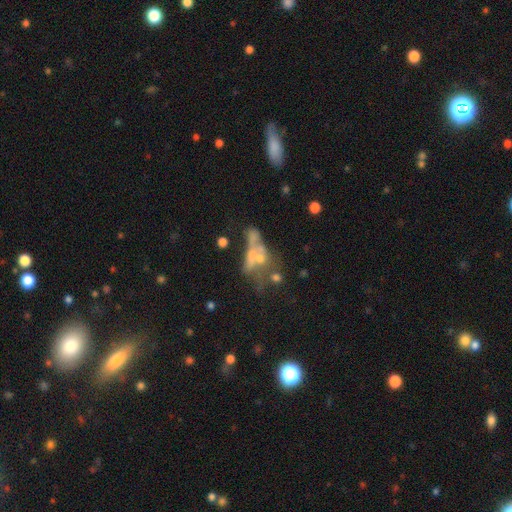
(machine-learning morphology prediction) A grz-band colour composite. It shows a featured or disk galaxy (48%). Merging: merger (42%).